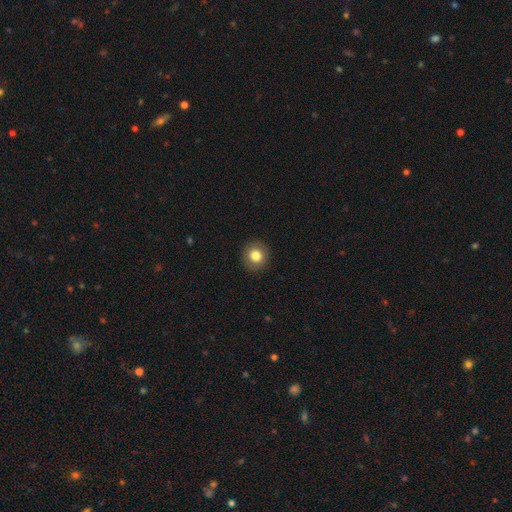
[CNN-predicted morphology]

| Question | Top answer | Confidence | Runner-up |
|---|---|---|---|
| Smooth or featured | smooth | 81% | featured or disk (10%) |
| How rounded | round | 90% | in between (9%) |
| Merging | none | 91% | minor disturbance (6%) |